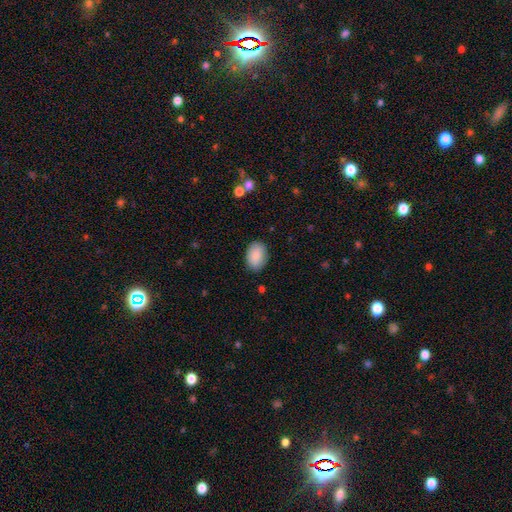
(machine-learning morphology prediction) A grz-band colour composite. It shows a smooth galaxy with no disk features (88%) that is in between round and cigar-shaped (86%). Merging: none (86%).